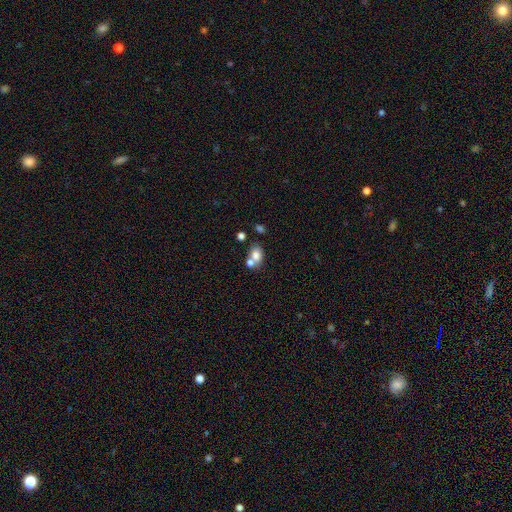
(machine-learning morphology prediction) This is likely a smooth galaxy (76%). How rounded: likely in between (70%). Merging: marginally none (43%).